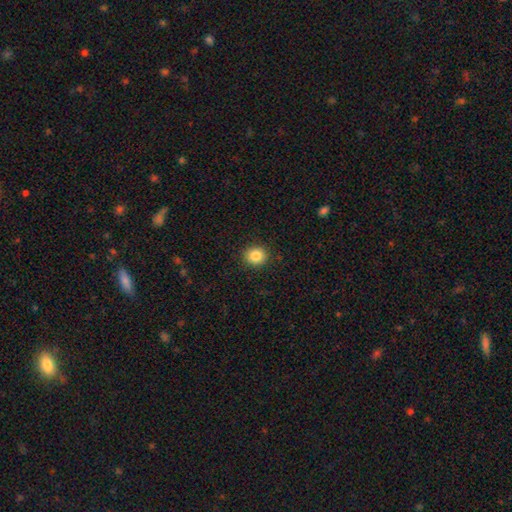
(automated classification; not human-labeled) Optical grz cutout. It shows a smooth galaxy with no disk features (85%) that is round (85%). Merging: none (91%).